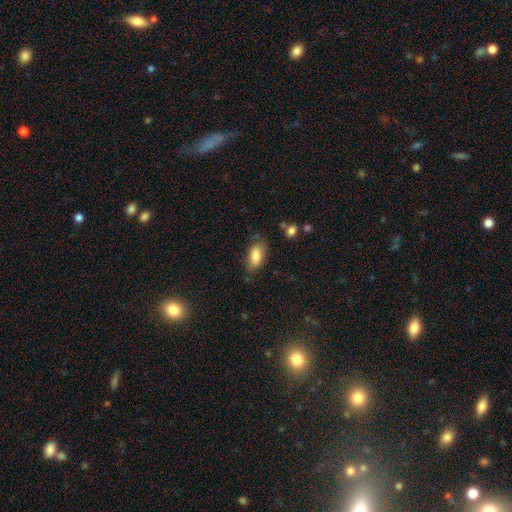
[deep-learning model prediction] This appears to be a smooth galaxy with no disk features (80%) that is in between round and cigar-shaped (90%). Merging: none (66%).